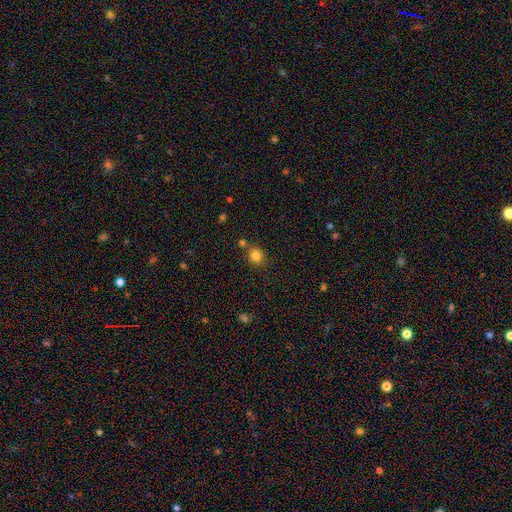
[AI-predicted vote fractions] Smooth or featured? Predicted: smooth (p=0.82). How rounded? Predicted: round (p=0.81). Merging? Predicted: none (p=0.73).